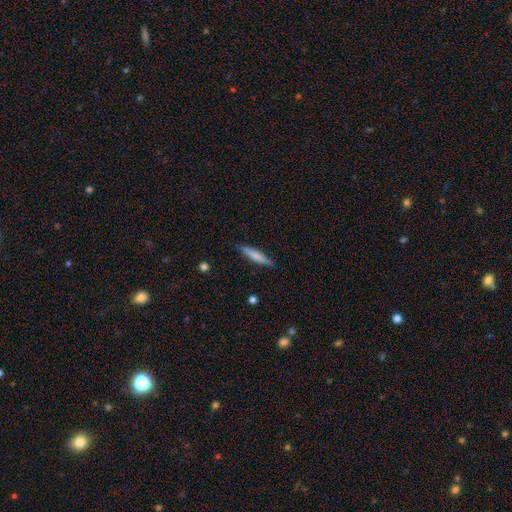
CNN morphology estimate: The model was most divided on "smooth or featured": smooth: 69%, featured or disk: 25%, star or artifact: 6%. More confident: how rounded — cigar-shaped (89%); merging — none (86%).